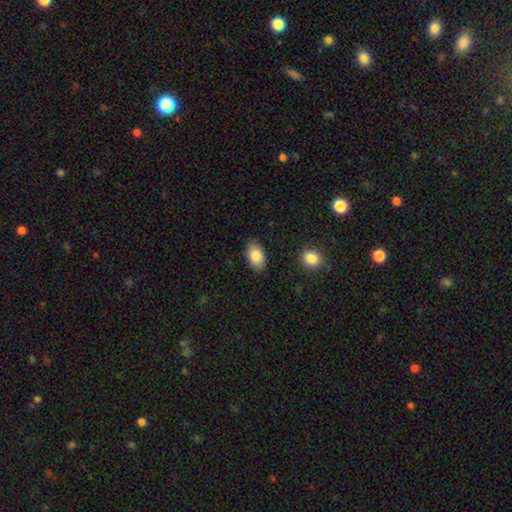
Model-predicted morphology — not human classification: Smooth or featured? Predicted: smooth (p=0.85). How rounded? Predicted: in between (p=0.93). Merging? Predicted: none (p=0.85).